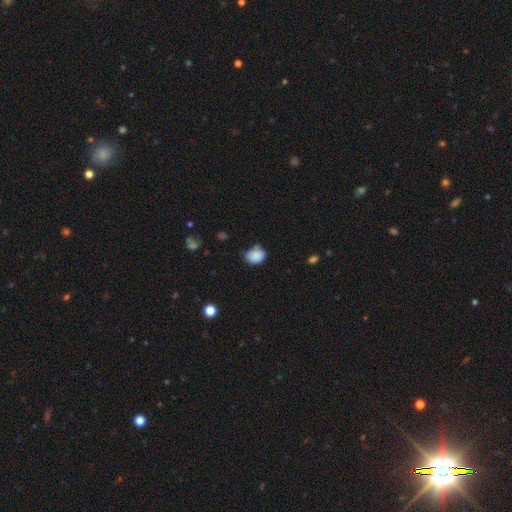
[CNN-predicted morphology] A smooth galaxy with no disk features (86%) that is round (60%). Merging: none (59%).